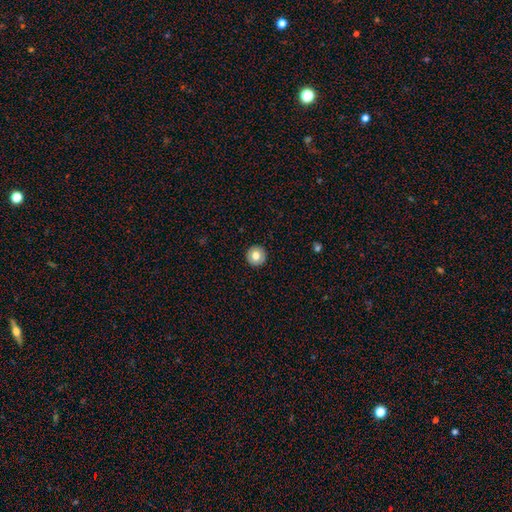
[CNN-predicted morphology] A smooth galaxy with no disk features (75%) that is round (96%).

Vote fractions:
- Smooth or featured? smooth: 75% / featured or disk: 16% / star or artifact: 8%
- How rounded? round: 96% / in between: 3% / cigar-shaped: 1%
- Merging? none: 93% / minor disturbance: 5% / major disturbance: 1% / merger: 1%